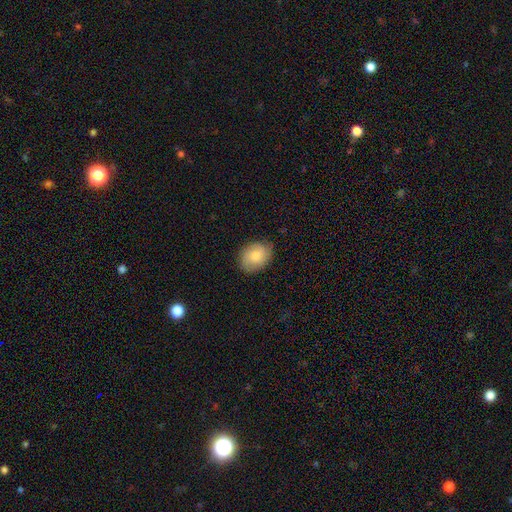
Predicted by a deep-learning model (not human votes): Smooth or featured? smooth (77%)
How rounded? in between (66%)
Merging? none (82%)